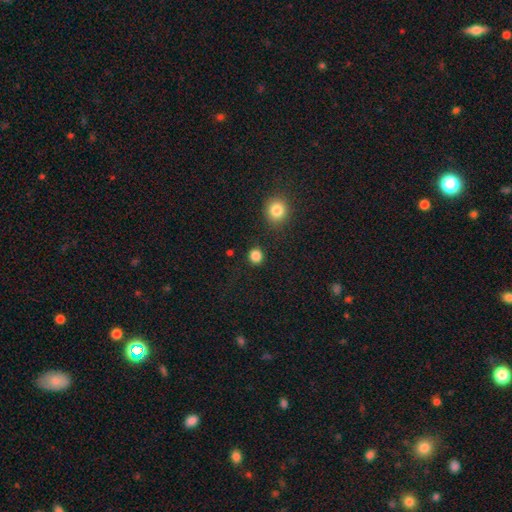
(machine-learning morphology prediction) Smooth or featured: smooth — 85% (star or artifact — 12%)
How rounded: round — 88% (in between — 11%)
Merging: none — 89% (minor disturbance — 6%)